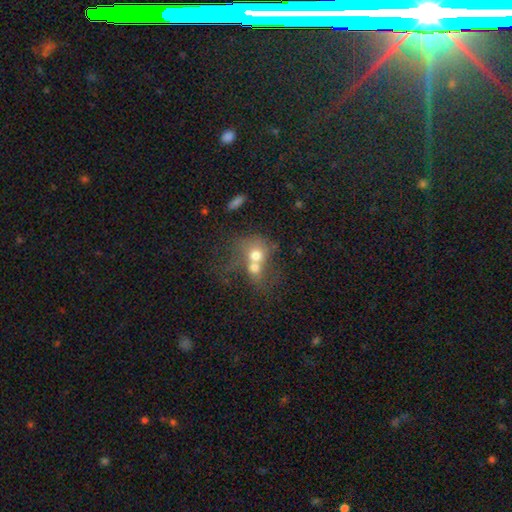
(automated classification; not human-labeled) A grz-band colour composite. It shows a smooth galaxy with no disk features (63%) that is round (64%). Merging: merger (75%).